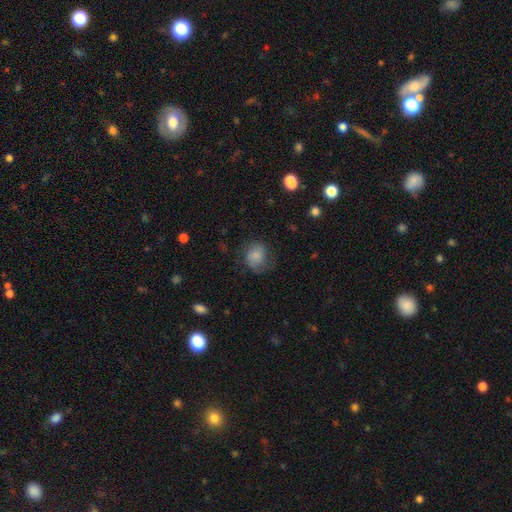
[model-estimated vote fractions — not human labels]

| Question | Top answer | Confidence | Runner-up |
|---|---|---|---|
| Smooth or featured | smooth | 63% | featured or disk (28%) |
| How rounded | round | 69% | in between (30%) |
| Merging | none | 55% | minor disturbance (25%) |